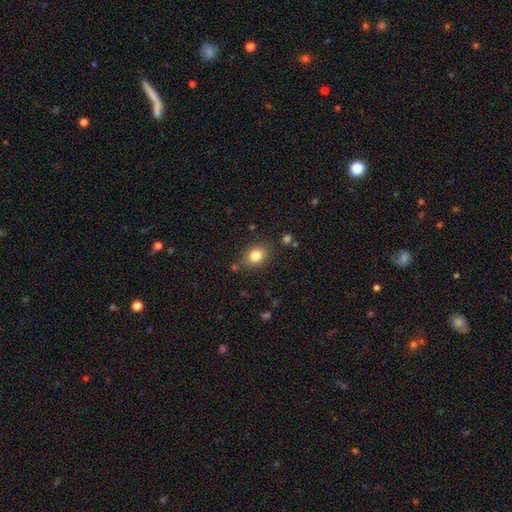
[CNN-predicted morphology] The model was most divided on "how rounded": in between: 54%, round: 45%, cigar-shaped: 1%. More confident: smooth or featured — smooth (81%); merging — none (77%).